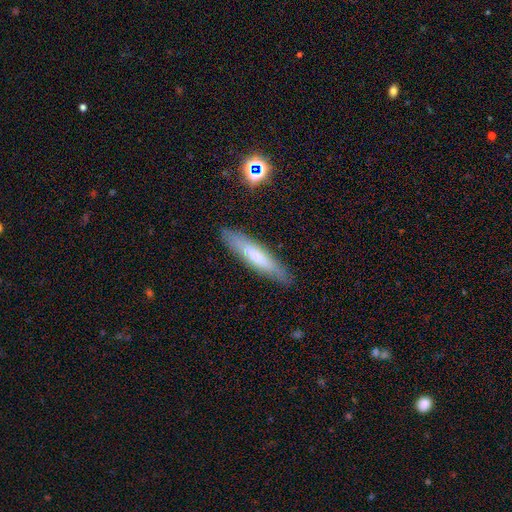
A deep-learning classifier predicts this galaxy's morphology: A smooth galaxy with no disk features (60%) that is cigar-shaped (85%).

Vote fractions:
- Smooth or featured? smooth: 60% / featured or disk: 32% / star or artifact: 7%
- How rounded? cigar-shaped: 85% / in between: 14% / round: 1%
- Merging? none: 87% / minor disturbance: 10% / major disturbance: 2% / merger: 1%